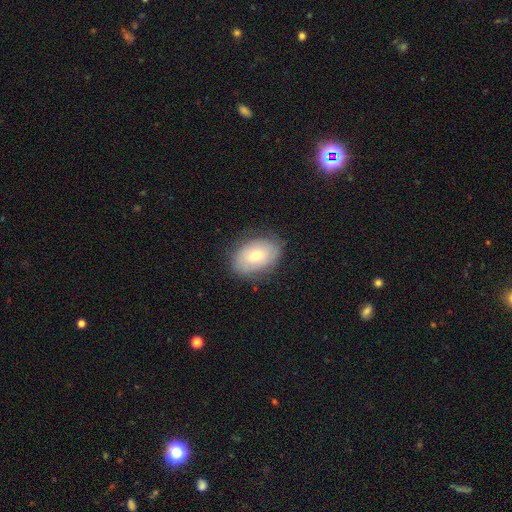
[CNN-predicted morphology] Smooth or featured: smooth — 61% (featured or disk — 31%)
How rounded: in between — 82% (round — 16%)
Merging: none — 79% (minor disturbance — 16%)